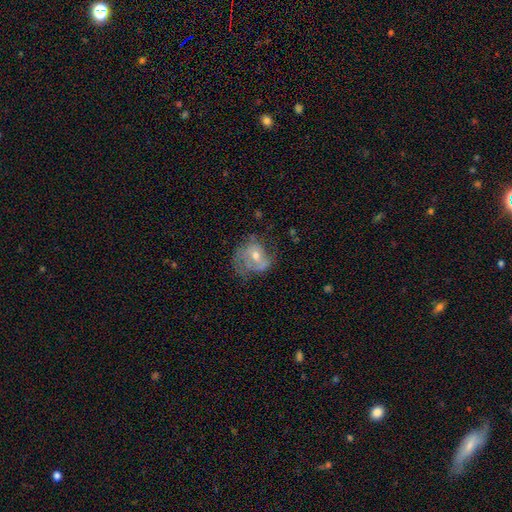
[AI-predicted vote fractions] Smooth or featured: featured or disk — 66% (smooth — 25%)
Edge-on disk: no — 97% (yes — 3%)
Bar: no — 61% (weak — 31%)
Spiral arms: yes — 73% (no — 27%)
Bulge size: moderate — 58% (small — 36%)
Merging: none — 50% (minor disturbance — 25%)